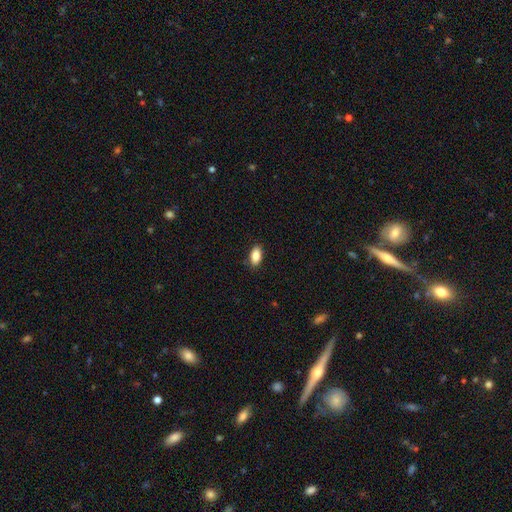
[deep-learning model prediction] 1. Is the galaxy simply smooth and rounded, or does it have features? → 87% smooth, 8% star or artifact, 5% featured or disk.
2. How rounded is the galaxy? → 91% in between, 5% cigar-shaped, 4% round.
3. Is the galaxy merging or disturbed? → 87% none, 10% minor disturbance, 2% major disturbance, 1% merger.